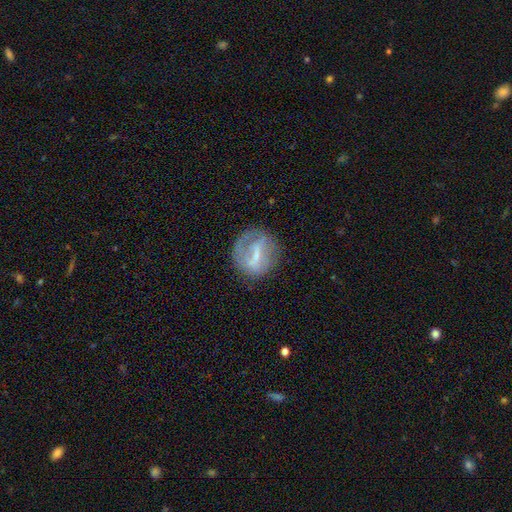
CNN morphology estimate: smooth-or-featured: featured or disk: 59% | smooth: 33% | star or artifact: 8%
  disk-edge-on: no: 94% | yes: 6%
    bar: strong: 45% | weak: 40% | no: 16%
    has-spiral-arms: no: 52% | yes: 48%
    bulge-size: small: 47% | none: 25% | moderate: 24% | large: 3% | dominant: 1%
  merging: none: 64% | minor disturbance: 20% | major disturbance: 14% | merger: 3%